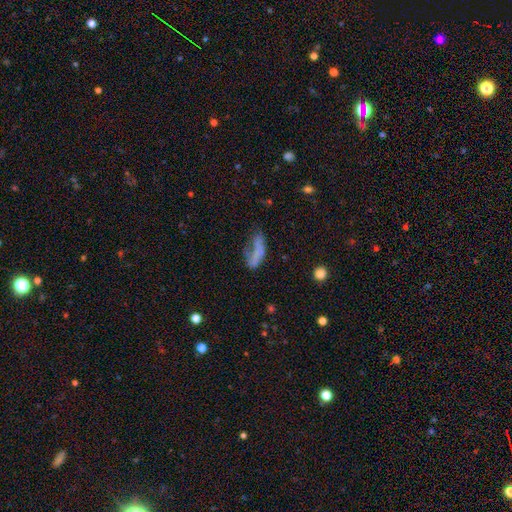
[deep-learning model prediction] The model was most divided on "merging": major disturbance: 38%, none: 29%, minor disturbance: 24%, merger: 9%. More confident: how rounded — in between (67%); smooth or featured — smooth (53%).